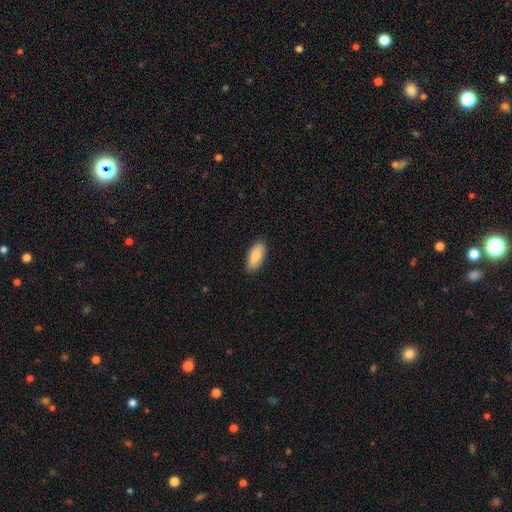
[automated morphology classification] Overall: smooth (85%). How rounded: in between (86%). Merging: none (85%).